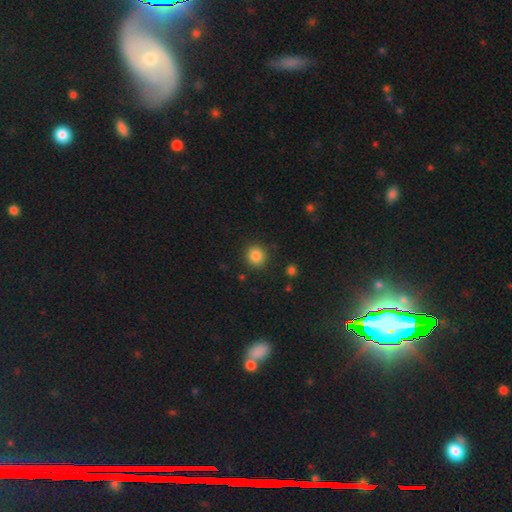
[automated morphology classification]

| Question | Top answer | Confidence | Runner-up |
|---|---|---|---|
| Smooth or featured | smooth | 86% | star or artifact (10%) |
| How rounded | round | 88% | in between (11%) |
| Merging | none | 89% | minor disturbance (7%) |